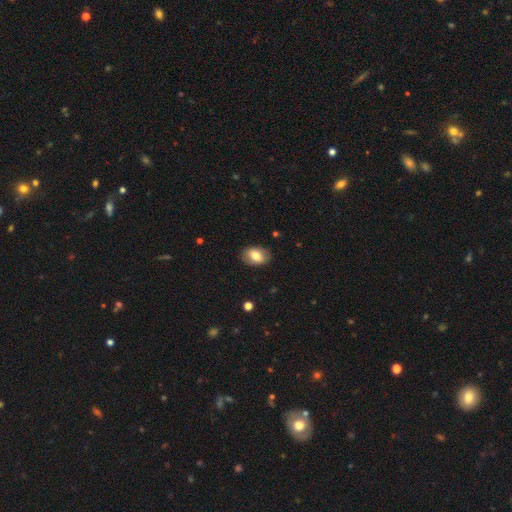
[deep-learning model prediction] smooth-or-featured: smooth: 76% | featured or disk: 17% | star or artifact: 7%
  how-rounded: in between: 84% | round: 15% | cigar-shaped: 1%
  merging: none: 85% | minor disturbance: 11% | major disturbance: 3% | merger: 1%